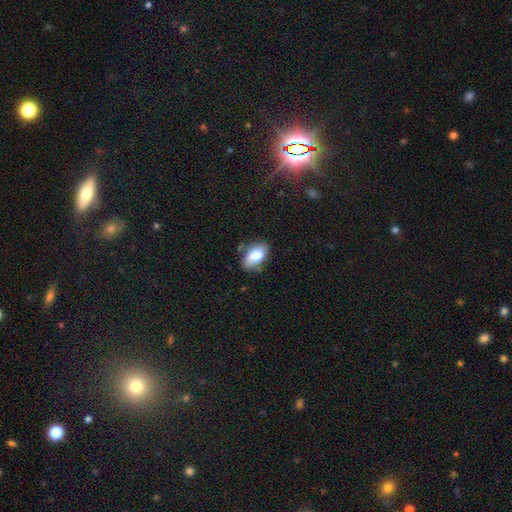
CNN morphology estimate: A smooth galaxy with no disk features (77%) that is in between round and cigar-shaped (93%). Merging: none (73%).